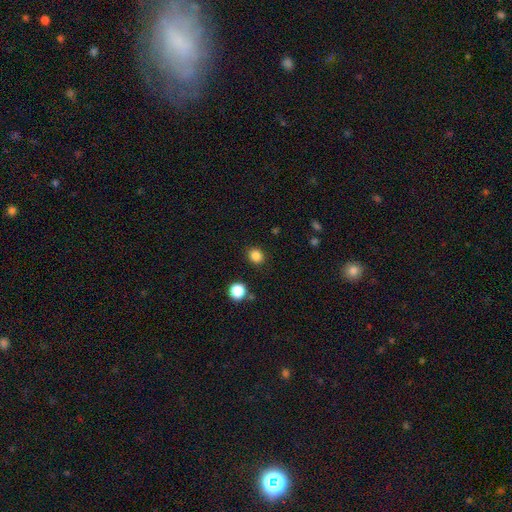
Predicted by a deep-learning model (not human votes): Smooth or featured?
  - smooth: 84% *
  - star or artifact: 12%
  - featured or disk: 4%
How rounded?
  - round: 76% *
  - in between: 23%
  - cigar-shaped: 1%
Merging?
  - none: 89% *
  - minor disturbance: 7%
  - major disturbance: 2%
  - merger: 2%